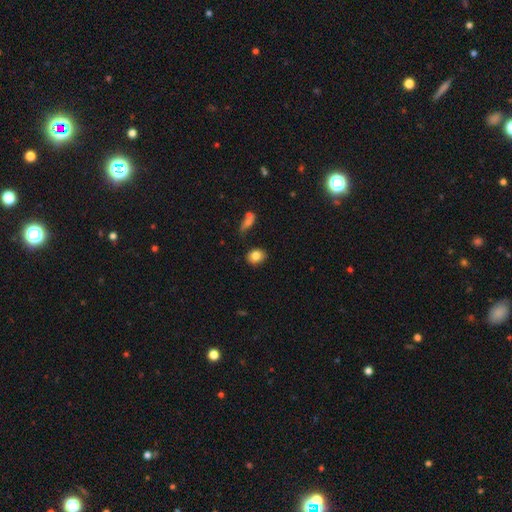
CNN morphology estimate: A smooth galaxy with no disk features (82%) that is round (63%).

Vote fractions:
- Smooth or featured? smooth: 82% / star or artifact: 10% / featured or disk: 8%
- How rounded? round: 63% / in between: 35% / cigar-shaped: 1%
- Merging? none: 79% / minor disturbance: 14% / merger: 3% / major disturbance: 3%